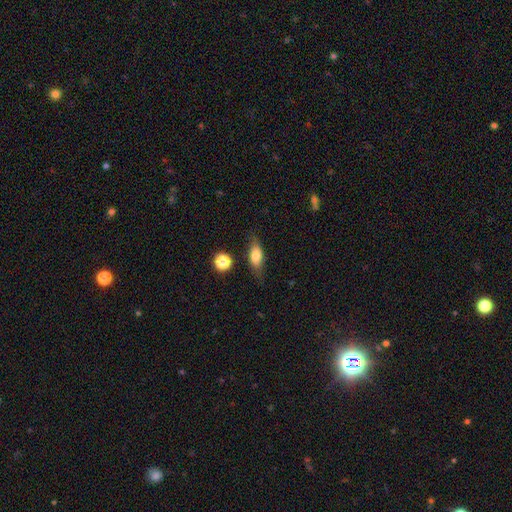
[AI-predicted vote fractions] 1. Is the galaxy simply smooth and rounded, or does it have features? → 66% smooth, 26% featured or disk, 8% star or artifact.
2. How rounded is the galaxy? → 70% in between, 21% cigar-shaped, 8% round.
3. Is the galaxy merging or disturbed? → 73% none, 19% minor disturbance, 6% major disturbance, 3% merger.